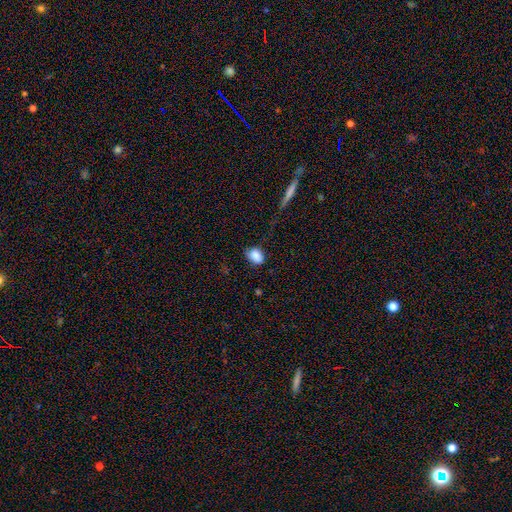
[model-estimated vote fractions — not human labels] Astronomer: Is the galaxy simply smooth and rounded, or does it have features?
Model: smooth — 86%.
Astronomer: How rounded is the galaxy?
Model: in between — 73%.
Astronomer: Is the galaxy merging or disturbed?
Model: none — 67%.